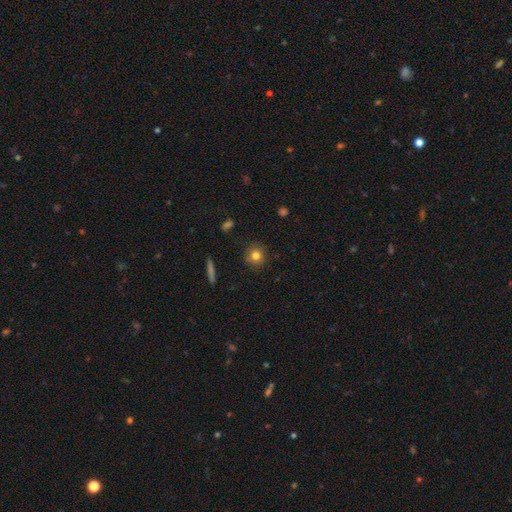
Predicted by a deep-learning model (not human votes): A smooth galaxy with no disk features (80%) that is round (90%). Merging: none (87%).